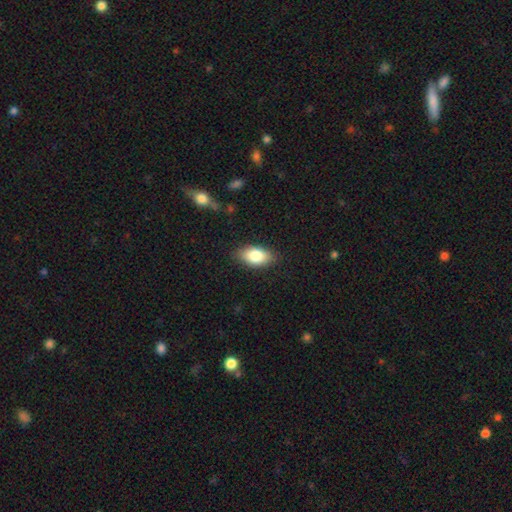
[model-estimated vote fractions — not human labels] This appears to be a smooth galaxy with no disk features (83%) that is in between round and cigar-shaped (92%). Merging: none (85%).